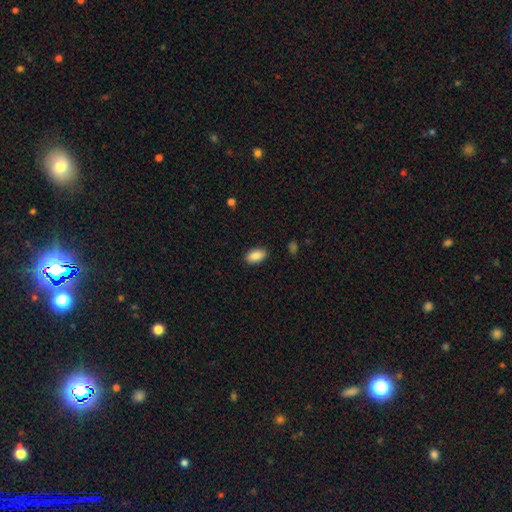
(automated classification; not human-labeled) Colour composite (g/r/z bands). It shows a smooth galaxy with no disk features (88%) that is in between round and cigar-shaped (93%). Merging: none (88%).